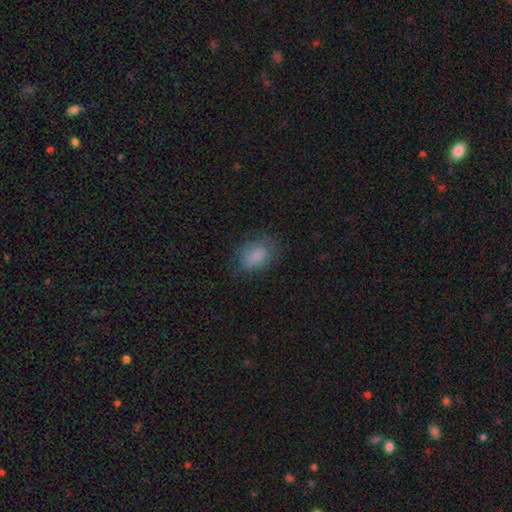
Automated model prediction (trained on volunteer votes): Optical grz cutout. It shows a smooth galaxy with no disk features (81%) that is in between round and cigar-shaped (75%). Merging: none (71%).